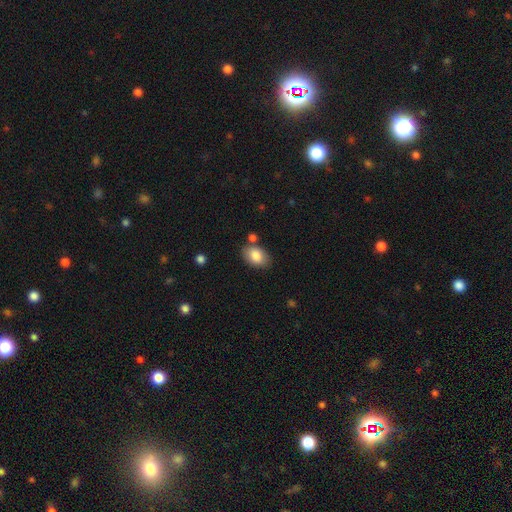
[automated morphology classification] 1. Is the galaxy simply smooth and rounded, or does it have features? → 83% smooth, 9% featured or disk, 7% star or artifact.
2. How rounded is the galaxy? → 86% in between, 13% round, 1% cigar-shaped.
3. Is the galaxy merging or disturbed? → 74% none, 14% minor disturbance, 8% merger, 3% major disturbance.